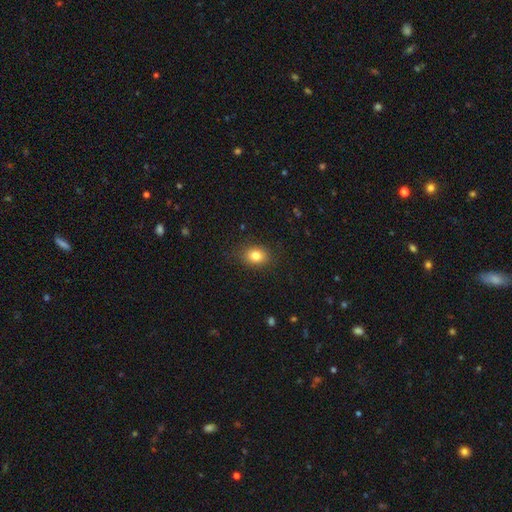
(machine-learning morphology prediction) Q: Smooth or featured?
A: smooth (82%); runner-up: star or artifact (11%)
Q: How rounded?
A: in between (56%); runner-up: round (43%)
Q: Merging?
A: none (85%); runner-up: minor disturbance (11%)